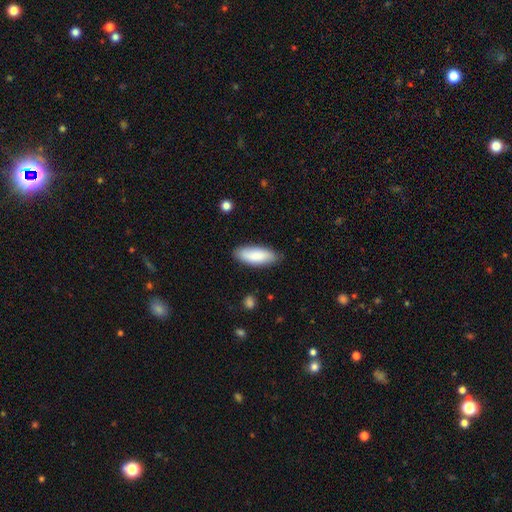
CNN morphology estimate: Smooth or featured? smooth (85%)
How rounded? in between (72%)
Merging? none (85%)